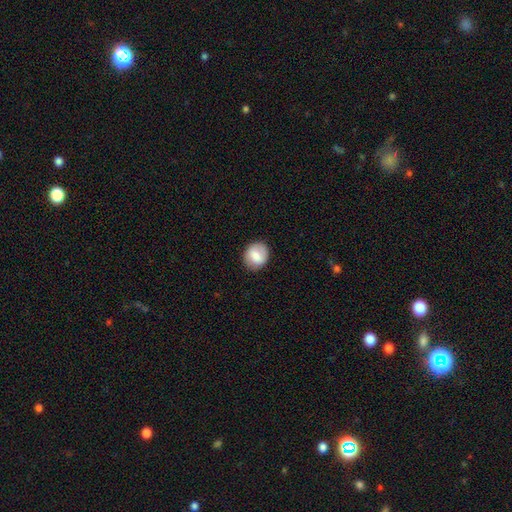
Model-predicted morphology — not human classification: Smooth or featured: smooth — 79% (featured or disk — 14%)
How rounded: round — 71% (in between — 28%)
Merging: none — 86% (minor disturbance — 10%)